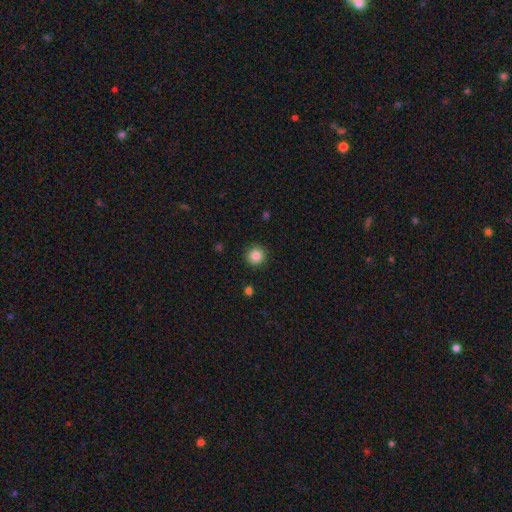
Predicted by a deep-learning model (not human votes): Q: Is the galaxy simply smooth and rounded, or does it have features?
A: smooth — 86%.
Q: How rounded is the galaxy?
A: round — 95%.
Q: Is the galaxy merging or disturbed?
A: none — 91%.